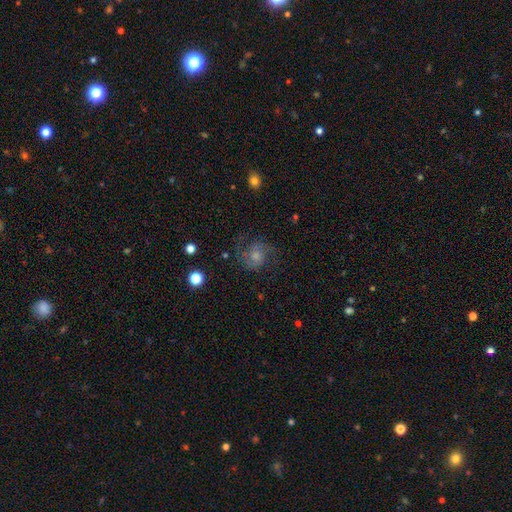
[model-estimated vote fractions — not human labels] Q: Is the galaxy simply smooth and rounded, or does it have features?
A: featured or disk — 69%.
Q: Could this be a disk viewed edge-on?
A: no — 98%.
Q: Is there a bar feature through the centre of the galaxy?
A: no — 67%.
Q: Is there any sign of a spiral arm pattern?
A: yes — 94%.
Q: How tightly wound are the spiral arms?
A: medium — 52%.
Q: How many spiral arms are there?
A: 2 — 70%.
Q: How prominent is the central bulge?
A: moderate — 50%.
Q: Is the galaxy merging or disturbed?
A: none — 73%.